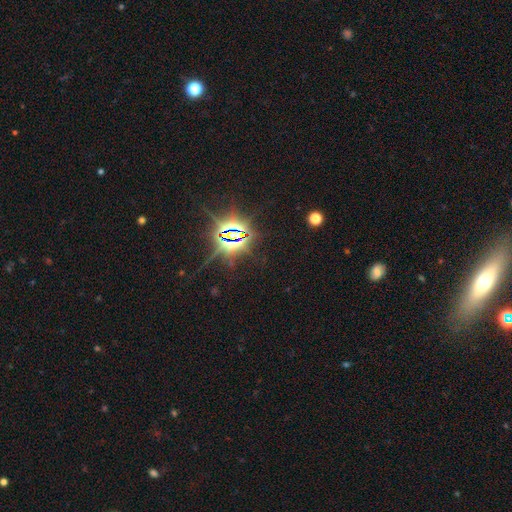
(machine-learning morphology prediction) A star or artifact, not a galaxy (85%).

Vote fractions:
- Smooth or featured? star or artifact: 85% / smooth: 8% / featured or disk: 7%